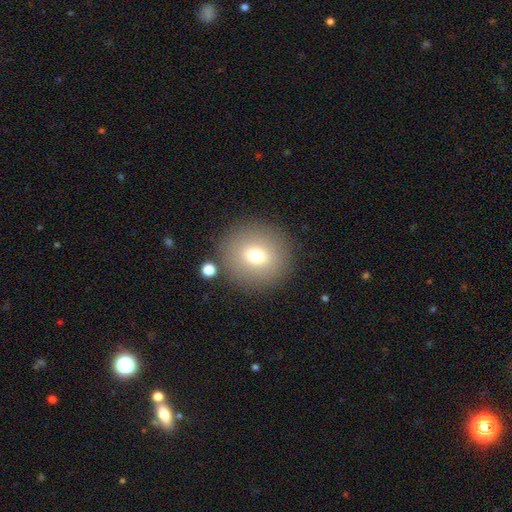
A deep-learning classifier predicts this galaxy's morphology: This is likely a smooth galaxy (71%). How rounded: clearly round (89%). Merging: clearly none (86%).